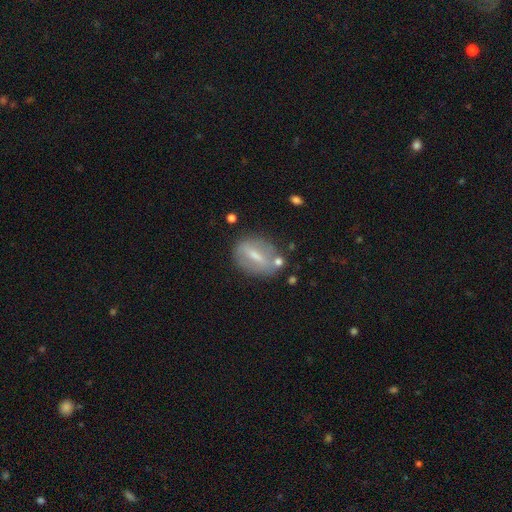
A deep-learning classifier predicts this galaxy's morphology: This is possibly a featured or disk galaxy (50%). Merging: likely none (69%).